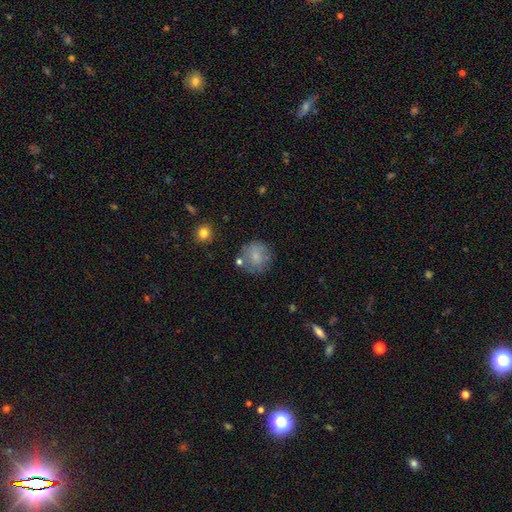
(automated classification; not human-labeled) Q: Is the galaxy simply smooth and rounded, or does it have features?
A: smooth — 75%.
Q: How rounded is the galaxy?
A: round — 91%.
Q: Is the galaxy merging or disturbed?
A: none — 71%.